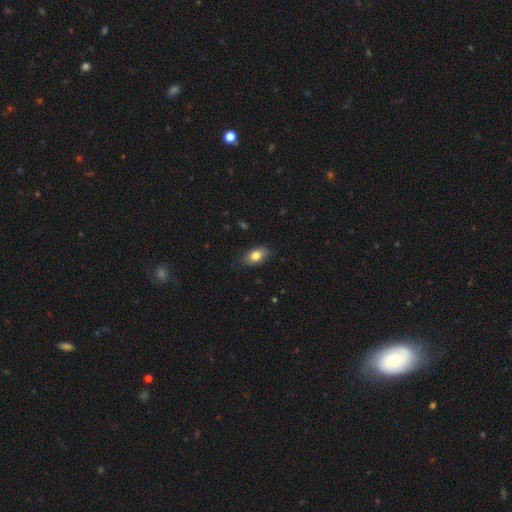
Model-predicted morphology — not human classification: smooth 80%, featured or disk 13%, star or artifact 7%. Down the decision tree: how rounded — in between (90%); merging — none (82%).